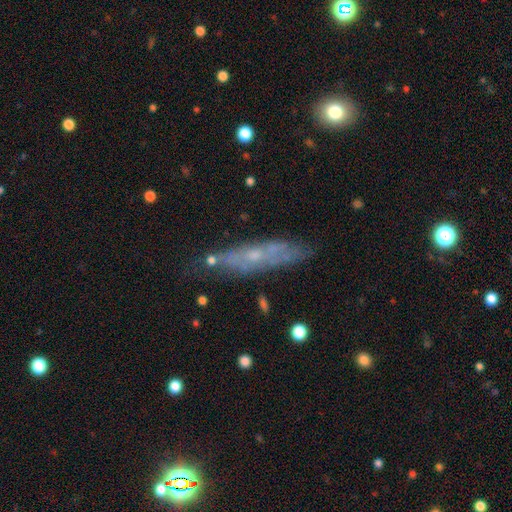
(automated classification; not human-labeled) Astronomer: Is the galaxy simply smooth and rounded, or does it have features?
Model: featured or disk — 59%.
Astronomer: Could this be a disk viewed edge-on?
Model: yes — 51% (runner-up: no, 49%).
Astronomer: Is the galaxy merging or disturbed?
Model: none — 74%.